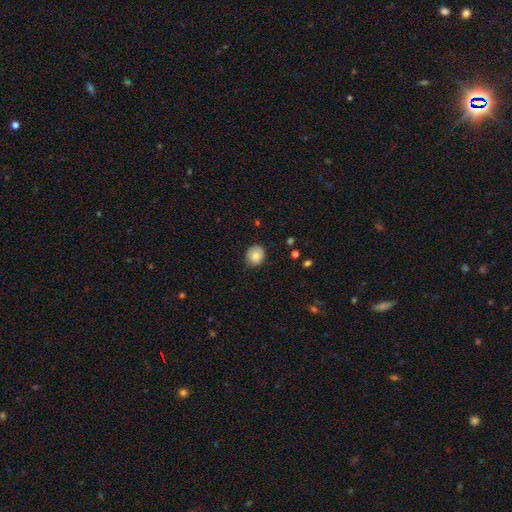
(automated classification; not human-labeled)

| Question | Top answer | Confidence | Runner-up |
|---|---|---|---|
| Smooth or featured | smooth | 78% | featured or disk (14%) |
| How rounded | round | 76% | in between (24%) |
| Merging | none | 78% | minor disturbance (18%) |